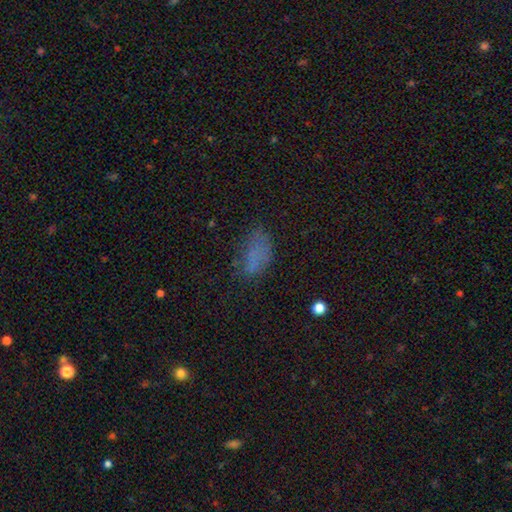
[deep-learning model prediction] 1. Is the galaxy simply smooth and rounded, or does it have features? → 67% smooth, 18% star or artifact, 16% featured or disk.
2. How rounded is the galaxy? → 89% in between, 6% round, 4% cigar-shaped.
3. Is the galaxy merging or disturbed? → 52% none, 26% minor disturbance, 19% major disturbance, 3% merger.